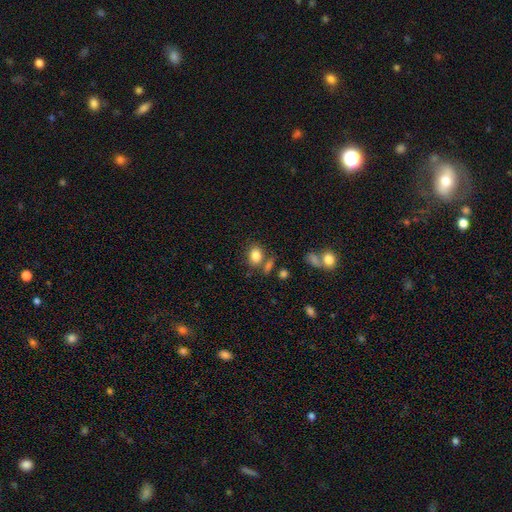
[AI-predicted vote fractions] A smooth galaxy with no disk features (82%) that is in between round and cigar-shaped (63%). Merging: none (65%).